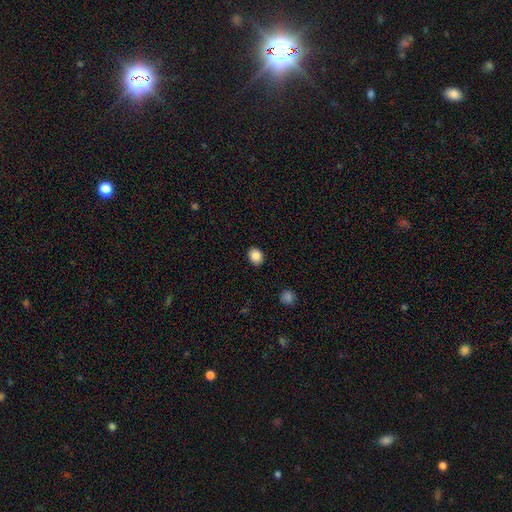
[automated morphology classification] Smooth or featured?
  - smooth: 87% *
  - star or artifact: 9%
  - featured or disk: 4%
How rounded?
  - round: 50% *
  - in between: 49%
  - cigar-shaped: 1%
Merging?
  - none: 89% *
  - minor disturbance: 8%
  - major disturbance: 2%
  - merger: 1%